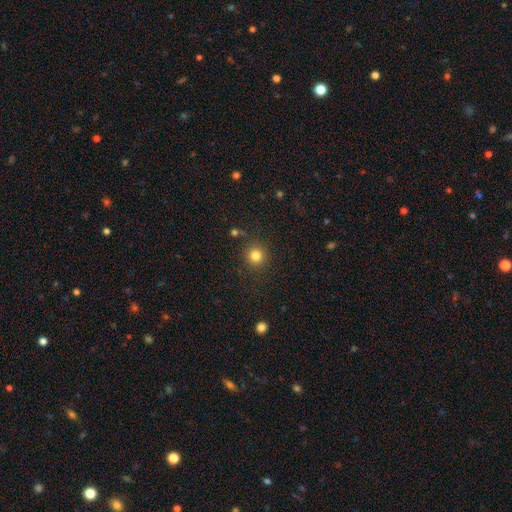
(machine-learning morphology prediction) smooth-or-featured: smooth: 82% | star or artifact: 13% | featured or disk: 5%
  how-rounded: round: 92% | in between: 7% | cigar-shaped: 1%
  merging: none: 87% | minor disturbance: 7% | major disturbance: 3% | merger: 2%